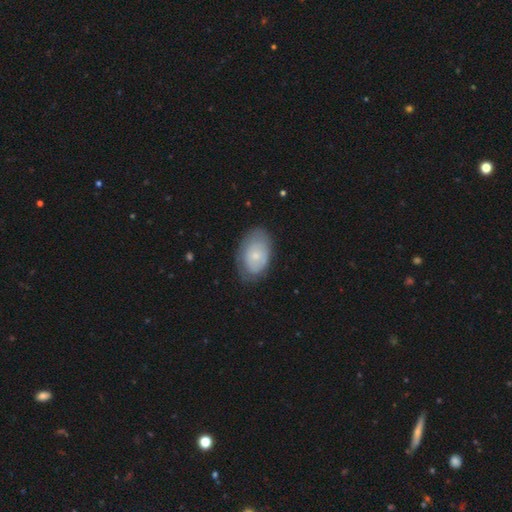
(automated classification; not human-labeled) This appears to be a smooth galaxy with no disk features (60%) that is in between round and cigar-shaped (88%). Merging: none (69%).